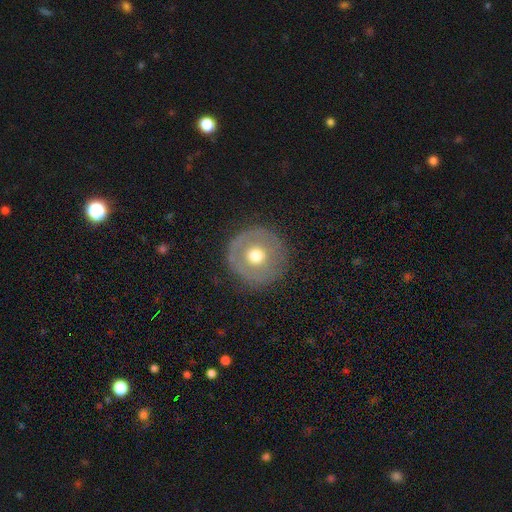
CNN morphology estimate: Overall: smooth (51%; featured or disk 40%). How rounded: round (95%). Merging: none (82%).